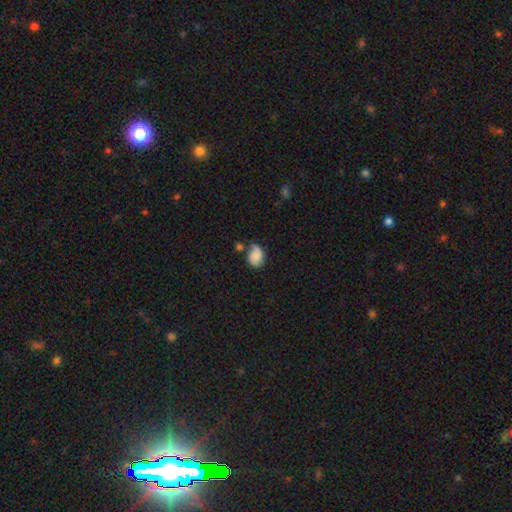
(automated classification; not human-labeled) A smooth galaxy with no disk features (72%) that is in between round and cigar-shaped (70%).

Vote fractions:
- Smooth or featured? smooth: 72% / featured or disk: 19% / star or artifact: 10%
- How rounded? in between: 70% / round: 29% / cigar-shaped: 1%
- Merging? none: 45% / minor disturbance: 32% / merger: 13% / major disturbance: 10%